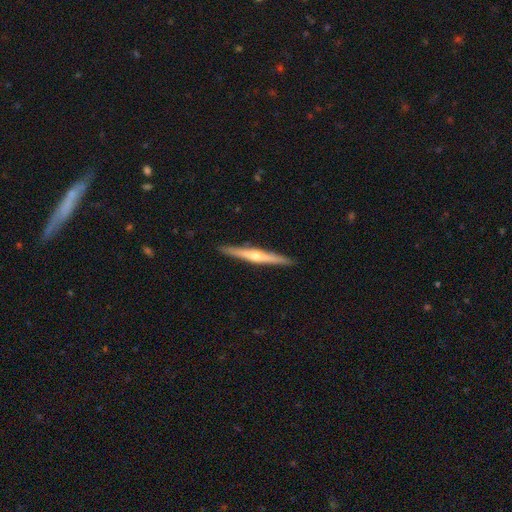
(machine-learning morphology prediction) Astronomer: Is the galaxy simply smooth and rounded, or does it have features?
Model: featured or disk — 69%.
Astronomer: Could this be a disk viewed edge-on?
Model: yes — 98%.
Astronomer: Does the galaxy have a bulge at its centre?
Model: rounded — 84%.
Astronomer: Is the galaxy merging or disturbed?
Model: none — 92%.